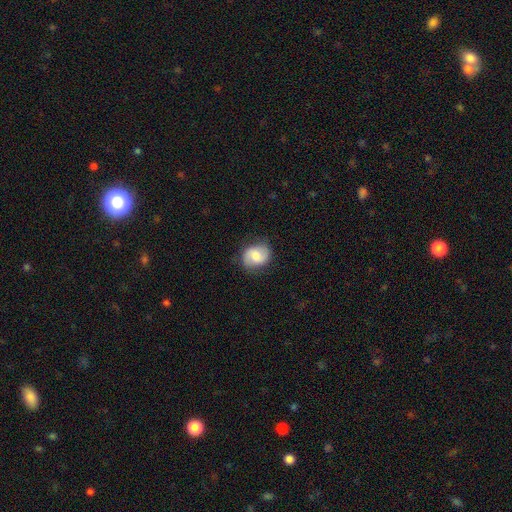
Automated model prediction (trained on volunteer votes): smooth_or_featured: smooth (p=0.54) [alt: featured or disk p=0.38]
how_rounded: round (p=0.58) [alt: in between p=0.41]
merging: none (p=0.78) [alt: minor disturbance p=0.16]